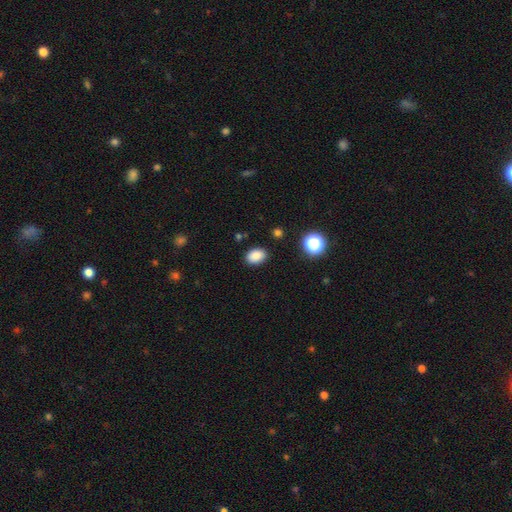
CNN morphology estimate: The model was most divided on "how rounded": in between: 77%, round: 22%, cigar-shaped: 1%. More confident: merging — none (87%); smooth or featured — smooth (85%).